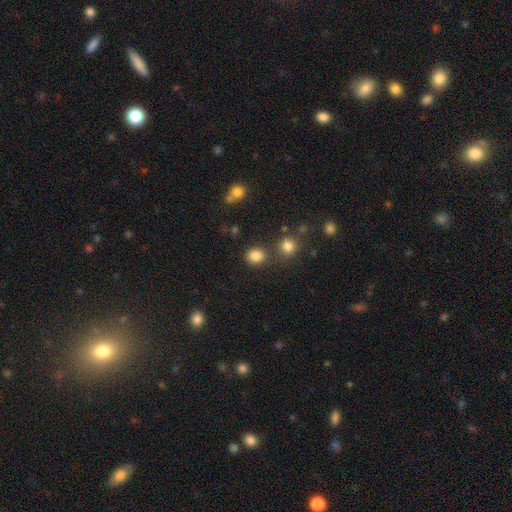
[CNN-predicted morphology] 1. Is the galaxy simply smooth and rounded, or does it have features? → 83% smooth, 12% star or artifact, 5% featured or disk.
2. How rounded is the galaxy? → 80% round, 19% in between, 1% cigar-shaped.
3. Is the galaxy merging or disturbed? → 79% none, 9% minor disturbance, 9% merger, 3% major disturbance.